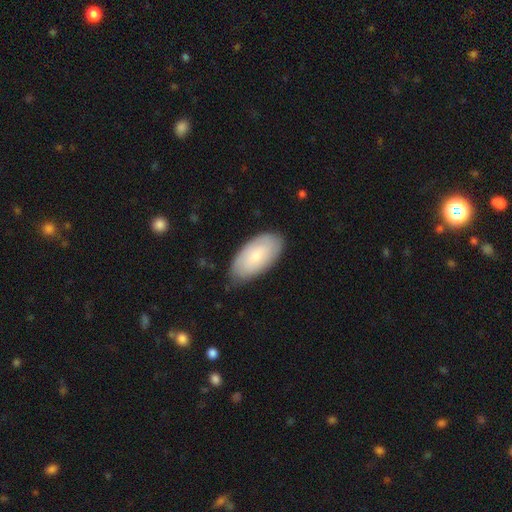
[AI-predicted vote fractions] The model was most divided on "smooth or featured": smooth: 73%, featured or disk: 21%, star or artifact: 6%. More confident: how rounded — in between (95%); merging — none (78%).